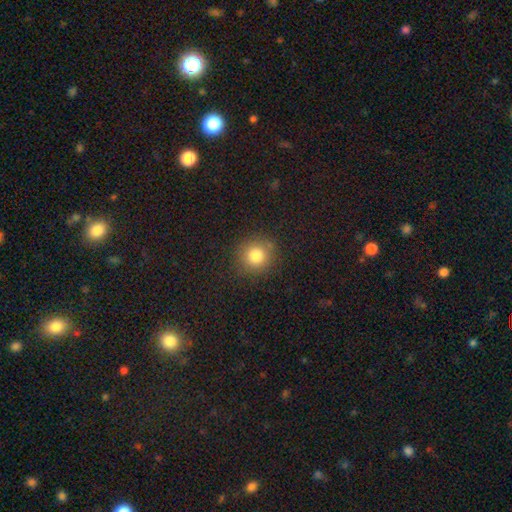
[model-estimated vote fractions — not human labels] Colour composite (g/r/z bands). It shows a smooth galaxy with no disk features (80%) that is round (91%). Merging: none (87%).